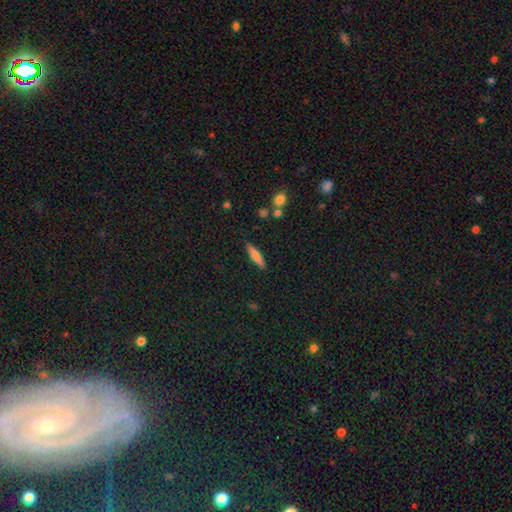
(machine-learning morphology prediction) type=smooth (60%); roundness=cigar-shaped (83%); merging=none (88%).